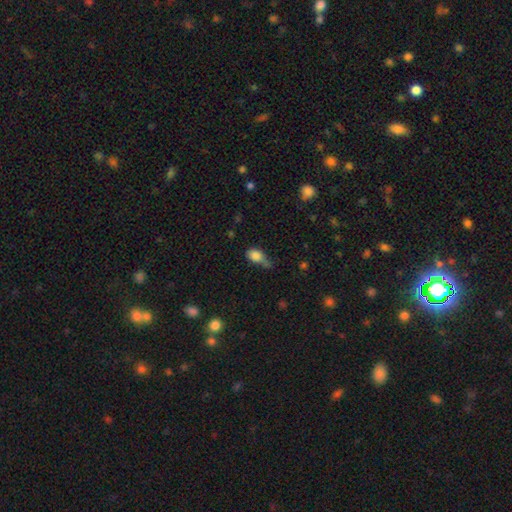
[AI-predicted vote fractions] This is clearly a smooth galaxy (82%). How rounded: likely in between (79%). Merging: marginally minor disturbance (38%).